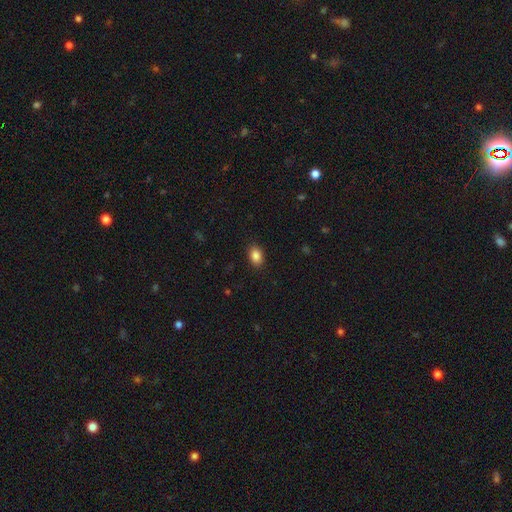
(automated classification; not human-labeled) smooth-or-featured: smooth: 87% | star or artifact: 9% | featured or disk: 4%
  how-rounded: in between: 81% | round: 17% | cigar-shaped: 1%
  merging: none: 88% | minor disturbance: 8% | major disturbance: 2% | merger: 1%